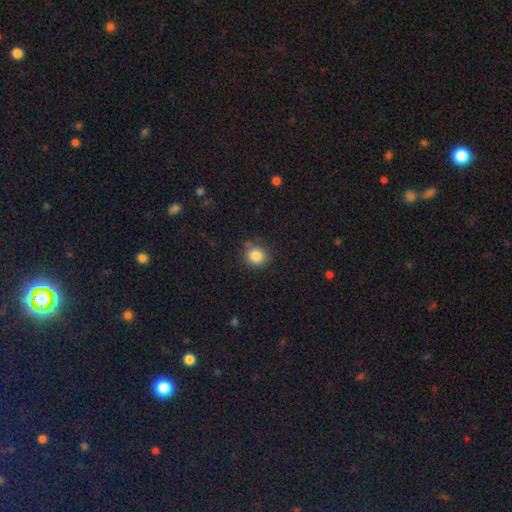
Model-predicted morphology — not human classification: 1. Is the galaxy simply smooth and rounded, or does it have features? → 85% smooth, 10% star or artifact, 5% featured or disk.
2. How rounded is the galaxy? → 83% round, 16% in between, 1% cigar-shaped.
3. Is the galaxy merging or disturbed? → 80% none, 13% minor disturbance, 4% merger, 3% major disturbance.